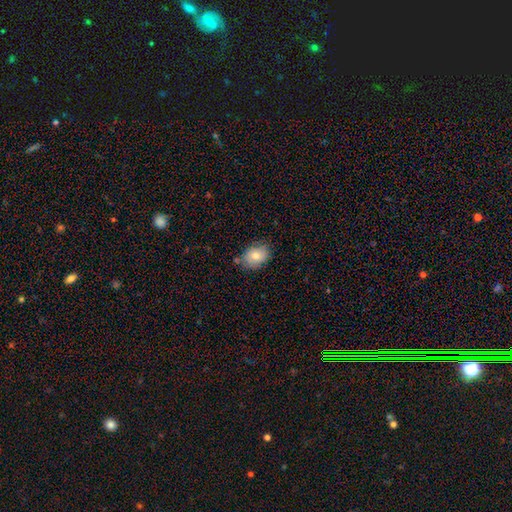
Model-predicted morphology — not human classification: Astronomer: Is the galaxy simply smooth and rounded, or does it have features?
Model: smooth — 77%.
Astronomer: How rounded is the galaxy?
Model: in between — 67%.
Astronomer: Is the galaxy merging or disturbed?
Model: none — 77%.